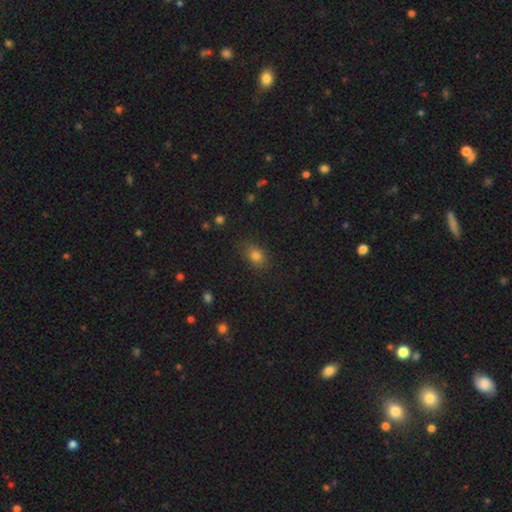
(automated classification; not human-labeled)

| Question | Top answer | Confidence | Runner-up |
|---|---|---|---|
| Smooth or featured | smooth | 79% | star or artifact (14%) |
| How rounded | in between | 67% | round (31%) |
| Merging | none | 80% | minor disturbance (15%) |